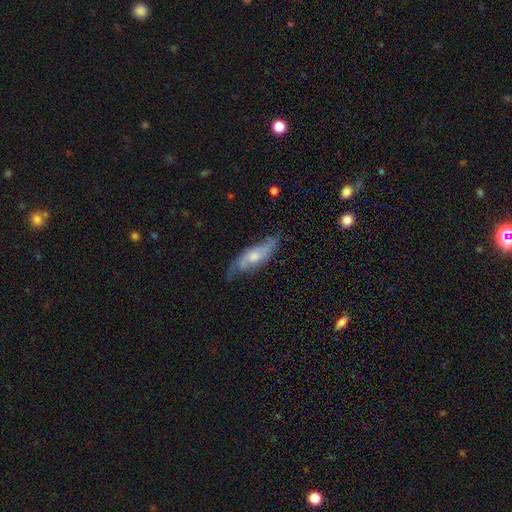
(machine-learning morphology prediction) Smooth or featured: featured or disk — 64% (smooth — 29%)
Edge-on disk: no — 70% (yes — 30%)
Merging: none — 67% (minor disturbance — 24%)